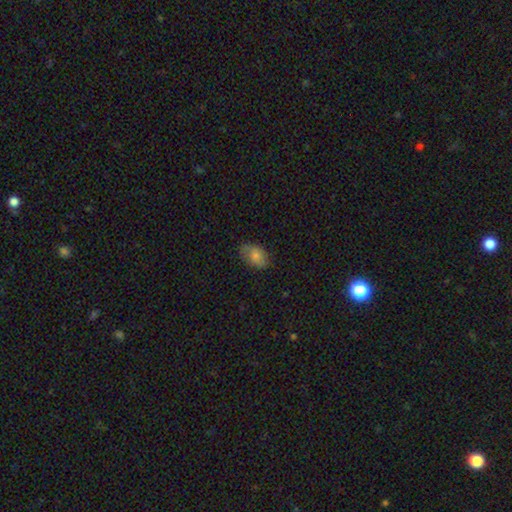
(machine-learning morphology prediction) A smooth galaxy with no disk features (74%) that is in between round and cigar-shaped (89%).

Vote fractions:
- Smooth or featured? smooth: 74% / featured or disk: 16% / star or artifact: 10%
- How rounded? in between: 89% / round: 10% / cigar-shaped: 2%
- Merging? none: 77% / minor disturbance: 18% / major disturbance: 4% / merger: 1%